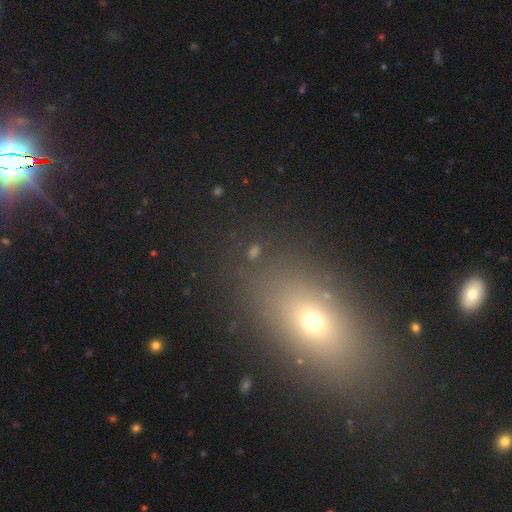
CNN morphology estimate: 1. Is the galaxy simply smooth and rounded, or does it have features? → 54% smooth, 31% star or artifact, 15% featured or disk.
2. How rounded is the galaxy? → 63% in between, 29% round, 8% cigar-shaped.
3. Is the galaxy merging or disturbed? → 81% none, 9% minor disturbance, 5% major disturbance, 5% merger.